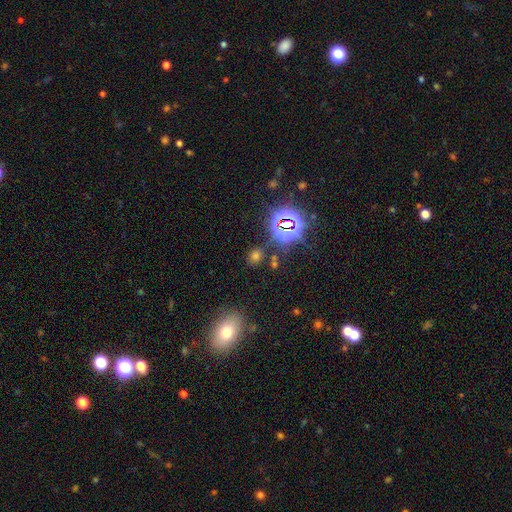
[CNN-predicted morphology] A smooth galaxy with no disk features (51%) that is round (56%).

Vote fractions:
- Smooth or featured? smooth: 51% / star or artifact: 42% / featured or disk: 7%
- How rounded? round: 56% / in between: 41% / cigar-shaped: 2%
- Merging? none: 77% / minor disturbance: 11% / merger: 6% / major disturbance: 5%